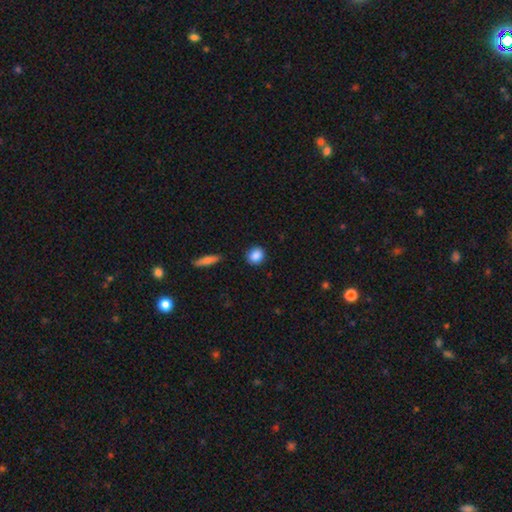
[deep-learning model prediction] Overall: smooth (88%). How rounded: round (76%). Merging: none (88%).